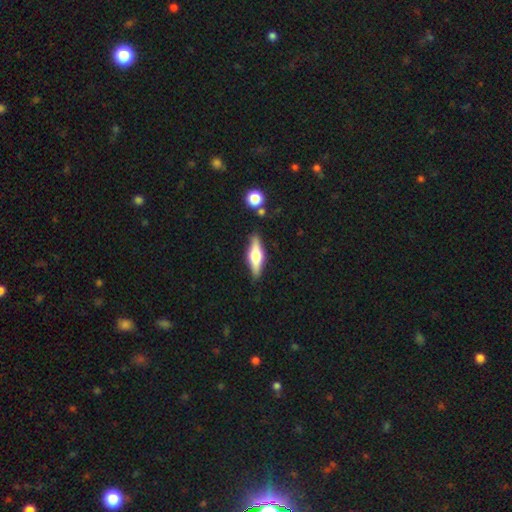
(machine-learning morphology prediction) smooth-or-featured: featured or disk: 56% | smooth: 38% | star or artifact: 6%
  disk-edge-on: yes: 94% | no: 6%
    edge-on-bulge: rounded: 92% | boxy: 6% | none: 2%
  merging: none: 85% | minor disturbance: 10% | merger: 3% | major disturbance: 2%